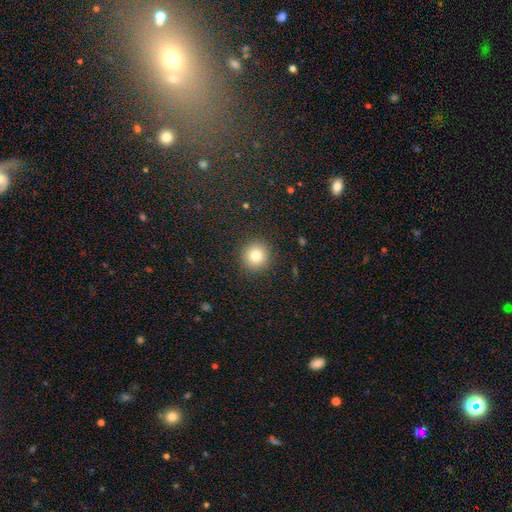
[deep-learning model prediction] smooth 81%, star or artifact 12%, featured or disk 8%. Down the decision tree: how rounded — round (93%); merging — none (91%).